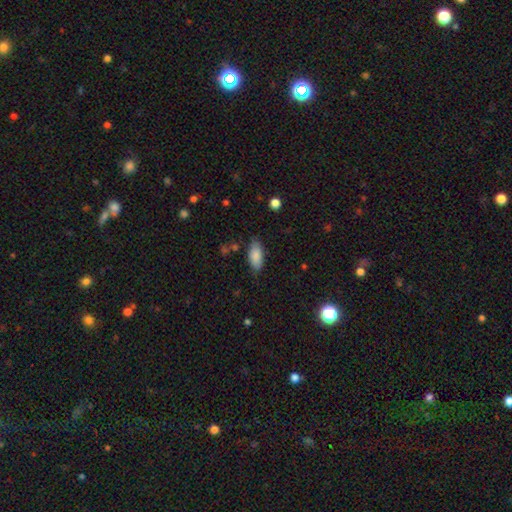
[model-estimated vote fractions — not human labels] Smooth or featured? Predicted: smooth (p=0.86). How rounded? Predicted: in between (p=0.88). Merging? Predicted: none (p=0.78).